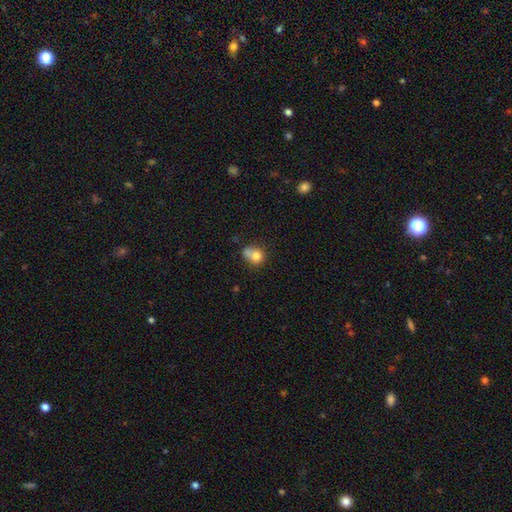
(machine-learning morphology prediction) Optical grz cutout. It shows a smooth galaxy with no disk features (75%) that is round (68%). Merging: merger (36%).